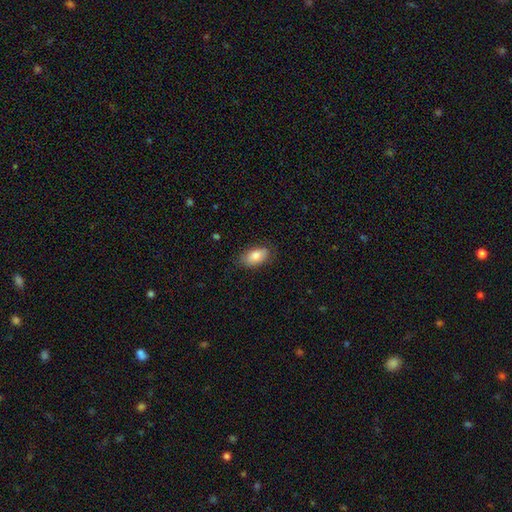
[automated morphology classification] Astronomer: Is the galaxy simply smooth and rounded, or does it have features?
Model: smooth — 82%.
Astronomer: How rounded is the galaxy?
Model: in between — 93%.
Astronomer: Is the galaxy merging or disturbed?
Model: none — 81%.